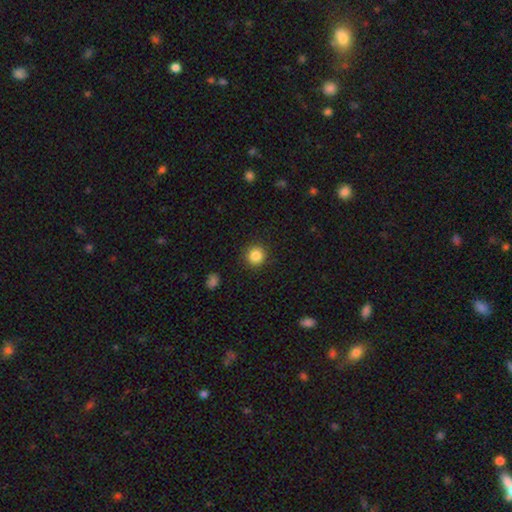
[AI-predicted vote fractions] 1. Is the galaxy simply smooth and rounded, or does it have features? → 85% smooth, 10% star or artifact, 4% featured or disk.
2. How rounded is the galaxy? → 94% round, 5% in between, 1% cigar-shaped.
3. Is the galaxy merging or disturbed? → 91% none, 6% minor disturbance, 2% major disturbance, 1% merger.